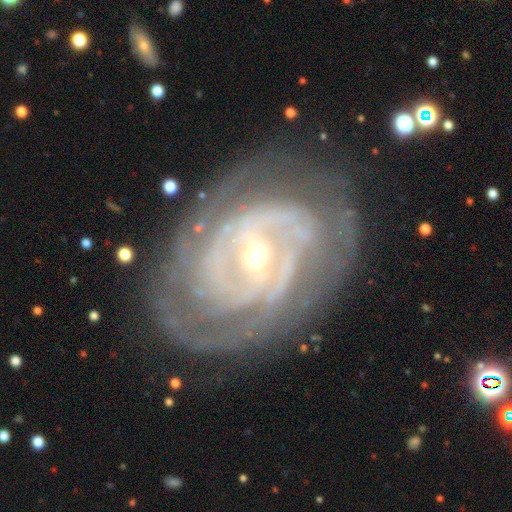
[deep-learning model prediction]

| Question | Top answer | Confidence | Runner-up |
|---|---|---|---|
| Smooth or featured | featured or disk | 88% | smooth (6%) |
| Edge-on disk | no | 96% | yes (4%) |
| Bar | weak | 43% | strong (31%) |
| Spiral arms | yes | 95% | no (5%) |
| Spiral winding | tight | 73% | medium (22%) |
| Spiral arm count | can't tell | 30% | 2 (25%) |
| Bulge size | small | 63% | moderate (33%) |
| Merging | none | 76% | minor disturbance (16%) |